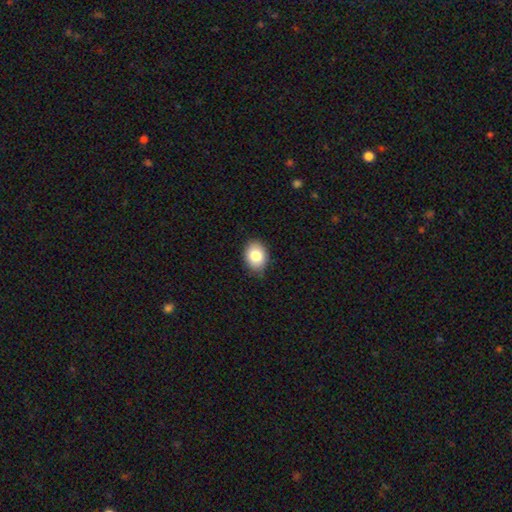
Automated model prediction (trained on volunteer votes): A smooth galaxy with no disk features (83%) that is in between round and cigar-shaped (68%). Merging: none (79%).